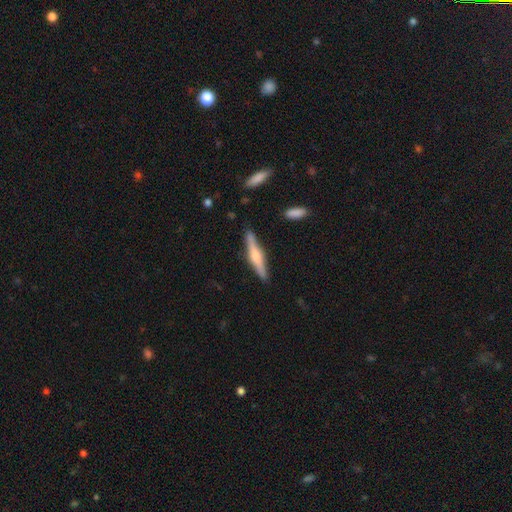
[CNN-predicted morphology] Smooth or featured? featured or disk (61%)
Edge-on disk? yes (97%)
Edge-on bulge? rounded (80%)
Merging? none (88%)